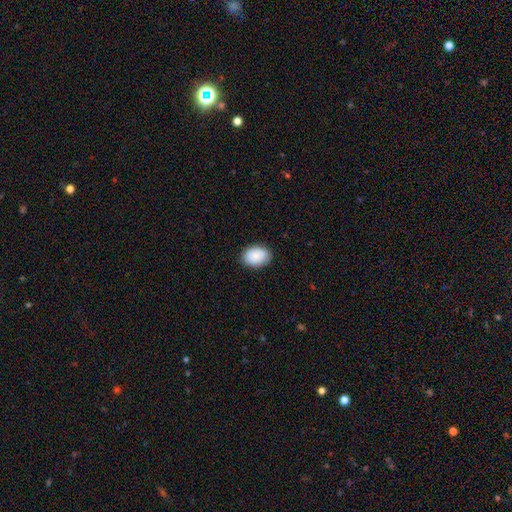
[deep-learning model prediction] Smooth or featured: smooth — 89% (star or artifact — 6%)
How rounded: in between — 82% (round — 17%)
Merging: none — 86% (minor disturbance — 11%)